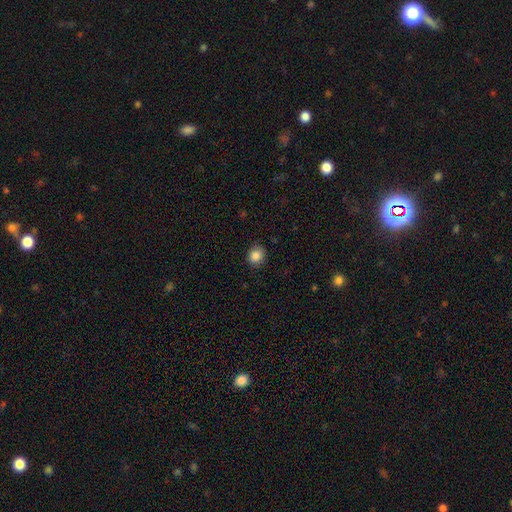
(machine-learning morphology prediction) A smooth galaxy with no disk features (86%) that is round (75%).

Vote fractions:
- Smooth or featured? smooth: 86% / star or artifact: 10% / featured or disk: 4%
- How rounded? round: 75% / in between: 24% / cigar-shaped: 1%
- Merging? none: 87% / minor disturbance: 10% / major disturbance: 2% / merger: 1%